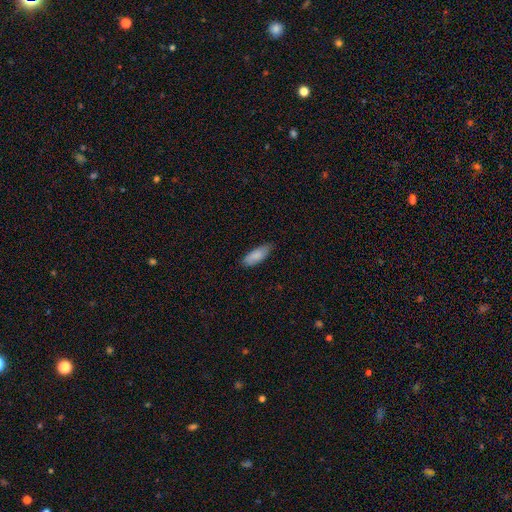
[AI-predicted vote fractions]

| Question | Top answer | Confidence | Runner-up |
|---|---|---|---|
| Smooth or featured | smooth | 86% | featured or disk (8%) |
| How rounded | in between | 74% | cigar-shaped (24%) |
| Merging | none | 80% | minor disturbance (16%) |